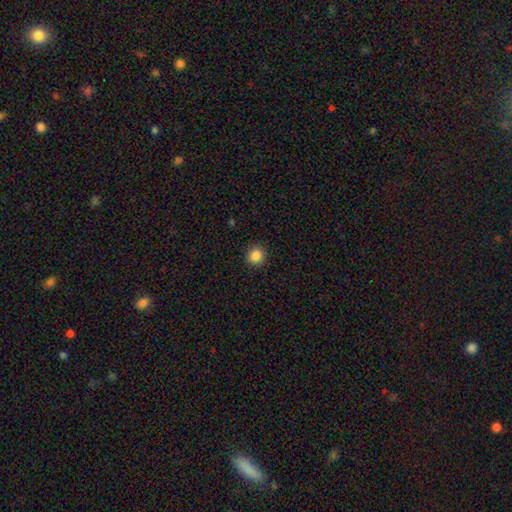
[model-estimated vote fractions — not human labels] Overall: smooth (86%). How rounded: round (86%). Merging: none (91%).